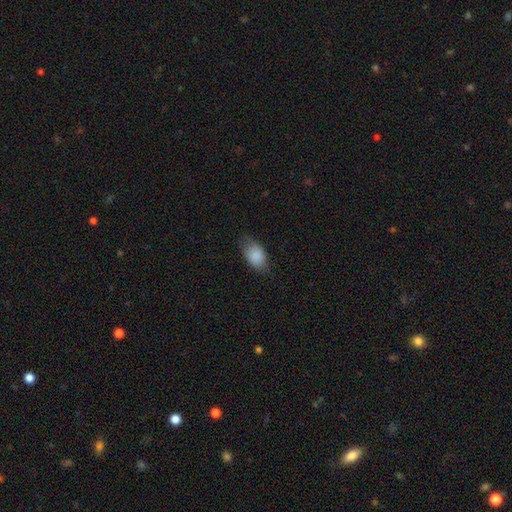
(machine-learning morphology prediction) smooth_or_featured: smooth (p=0.88) [alt: star or artifact p=0.07]
how_rounded: in between (p=0.90) [alt: round p=0.08]
merging: none (p=0.71) [alt: minor disturbance p=0.23]